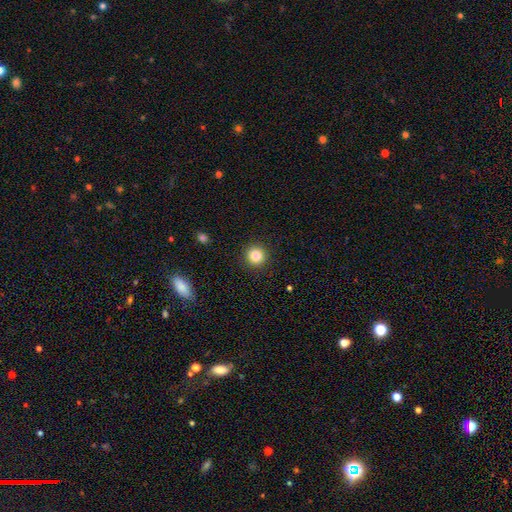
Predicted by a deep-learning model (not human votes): This appears to be a smooth galaxy with no disk features (84%) that is round (94%). Merging: none (92%).